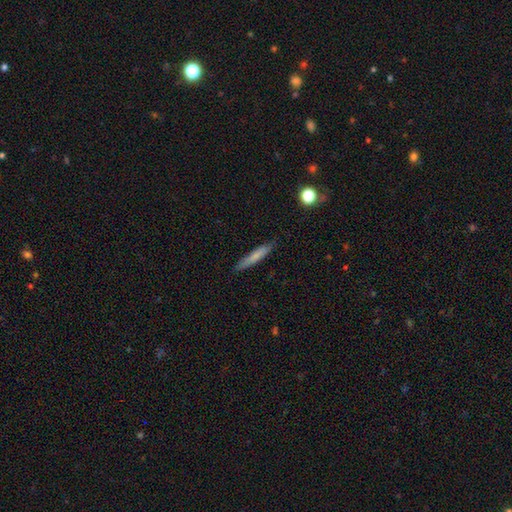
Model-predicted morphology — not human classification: Q: Smooth or featured?
A: smooth (72%); runner-up: featured or disk (22%)
Q: How rounded?
A: cigar-shaped (92%); runner-up: in between (6%)
Q: Merging?
A: none (86%); runner-up: minor disturbance (10%)